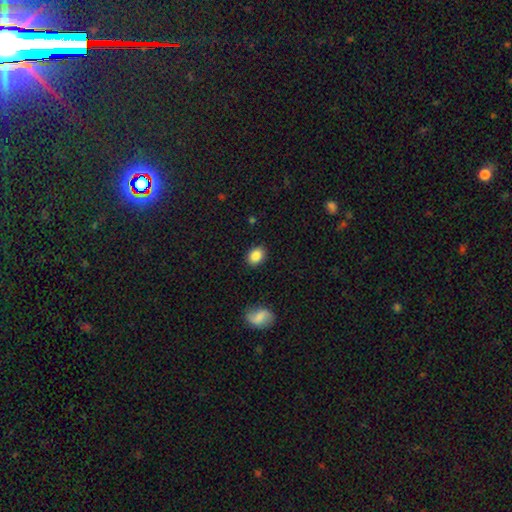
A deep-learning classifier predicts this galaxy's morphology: A smooth galaxy with no disk features (86%) that is in between round and cigar-shaped (58%).

Vote fractions:
- Smooth or featured? smooth: 86% / star or artifact: 8% / featured or disk: 6%
- How rounded? in between: 58% / round: 41% / cigar-shaped: 1%
- Merging? none: 87% / minor disturbance: 9% / major disturbance: 2% / merger: 2%